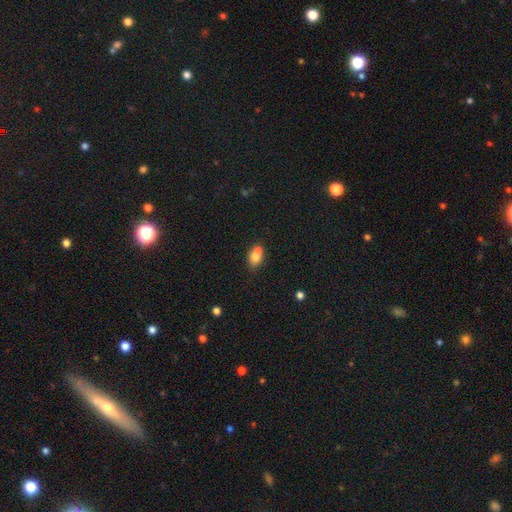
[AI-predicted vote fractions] smooth-or-featured: smooth: 75% | featured or disk: 15% | star or artifact: 10%
  how-rounded: in between: 62% | round: 36% | cigar-shaped: 2%
  merging: merger: 45% | none: 39% | minor disturbance: 12% | major disturbance: 4%